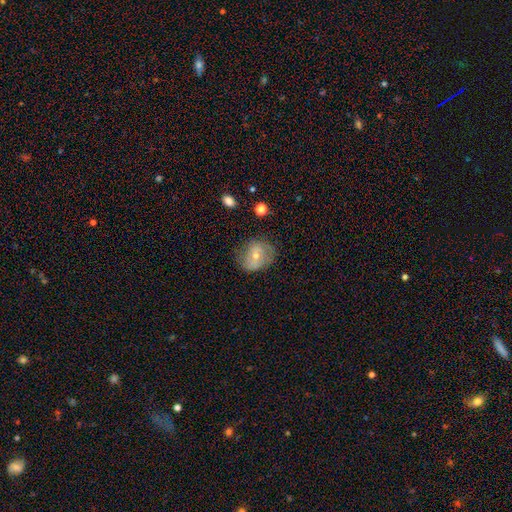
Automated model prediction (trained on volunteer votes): smooth_or_featured: smooth (p=0.46) [tied with: featured or disk p=0.46]
merging: none (p=0.62) [alt: minor disturbance p=0.25]